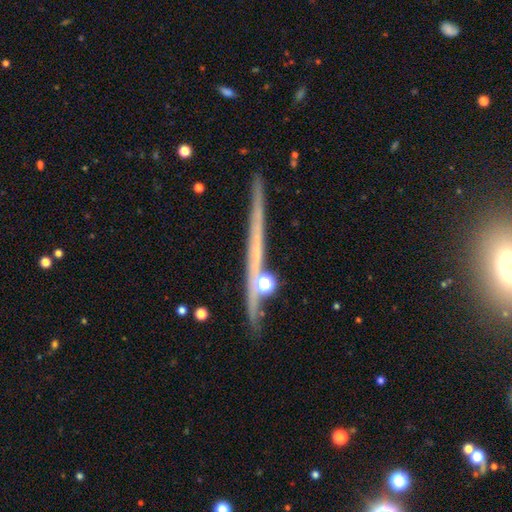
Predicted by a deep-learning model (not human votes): A featured or disk galaxy (69%) viewed edge-on (95%) with no central bulge (56%).

Vote fractions:
- Smooth or featured? featured or disk: 69% / smooth: 20% / star or artifact: 12%
- Edge-on disk? yes: 95% / no: 5%
- Edge-on bulge? none: 56% / rounded: 35% / boxy: 9%
- Merging? none: 76% / minor disturbance: 12% / merger: 8% / major disturbance: 5%